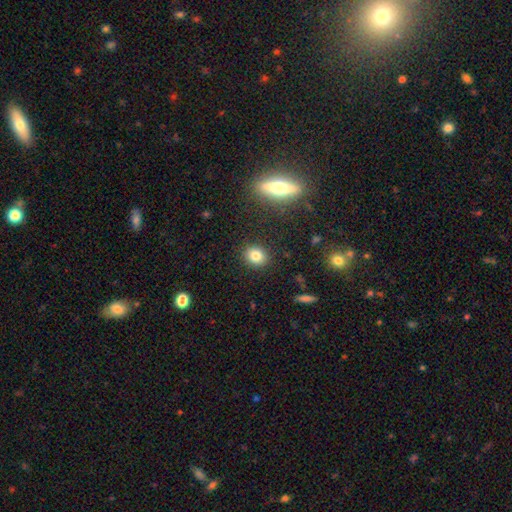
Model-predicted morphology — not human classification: smooth 82%, star or artifact 11%, featured or disk 7%. Down the decision tree: how rounded — round (63%); merging — none (90%).